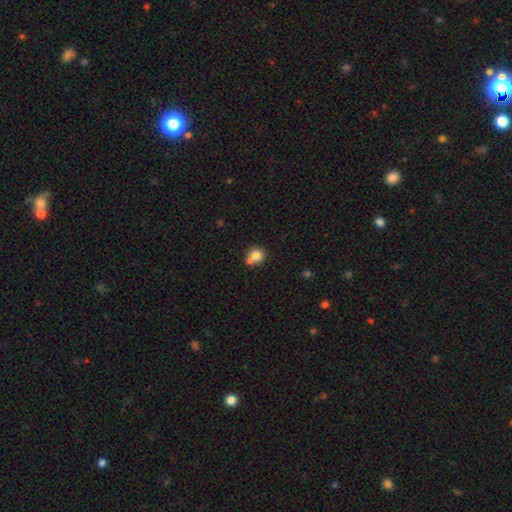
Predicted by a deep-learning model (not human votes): Q: Smooth or featured?
A: smooth (80%); runner-up: star or artifact (11%)
Q: How rounded?
A: round (87%); runner-up: in between (12%)
Q: Merging?
A: none (53%); runner-up: merger (33%)